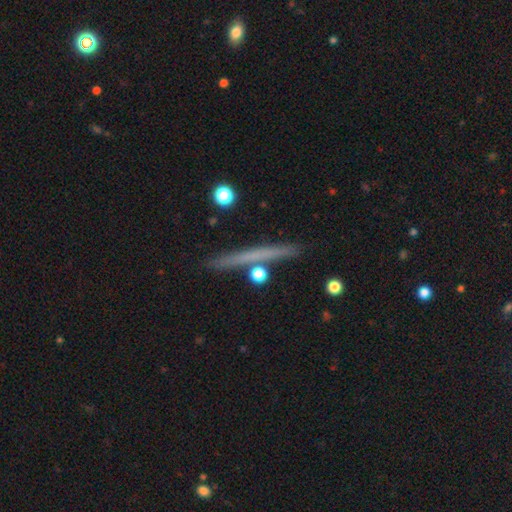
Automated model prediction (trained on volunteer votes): A featured or disk galaxy (54%) viewed edge-on (97%) with no central bulge (78%). Merging: none (88%).